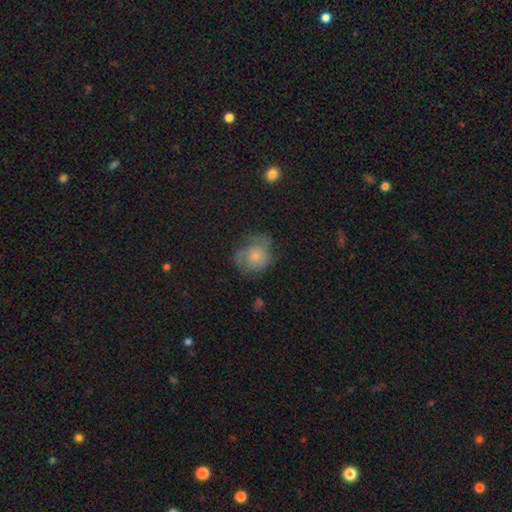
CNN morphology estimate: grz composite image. It shows a smooth galaxy with no disk features (55%) that is round (71%). Merging: none (54%).